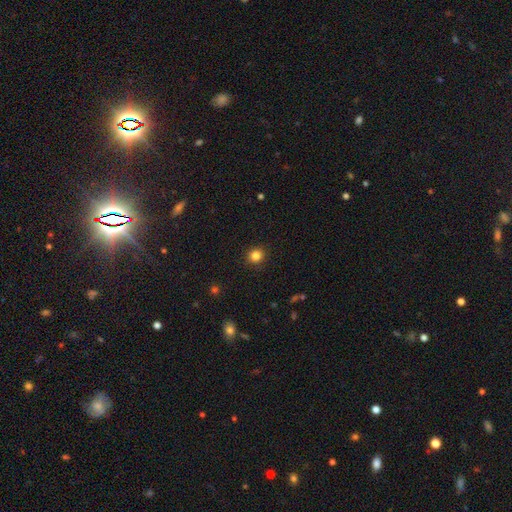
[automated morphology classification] smooth_or_featured: smooth (p=0.83) [alt: star or artifact p=0.12]
how_rounded: round (p=0.92) [alt: in between p=0.07]
merging: none (p=0.92) [alt: minor disturbance p=0.06]